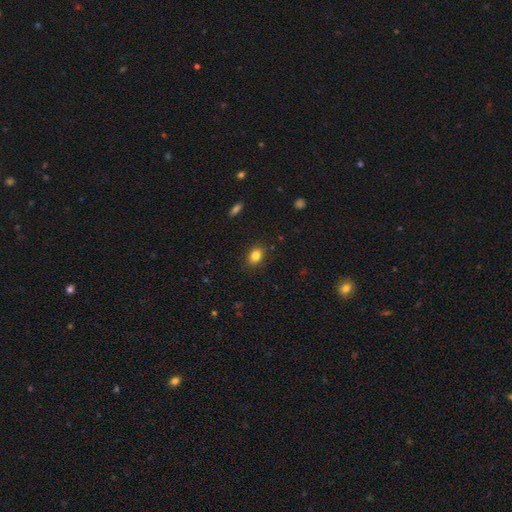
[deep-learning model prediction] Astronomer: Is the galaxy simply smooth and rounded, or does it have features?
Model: smooth — 83%.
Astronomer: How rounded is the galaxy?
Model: in between — 71%.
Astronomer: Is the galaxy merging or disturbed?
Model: none — 87%.